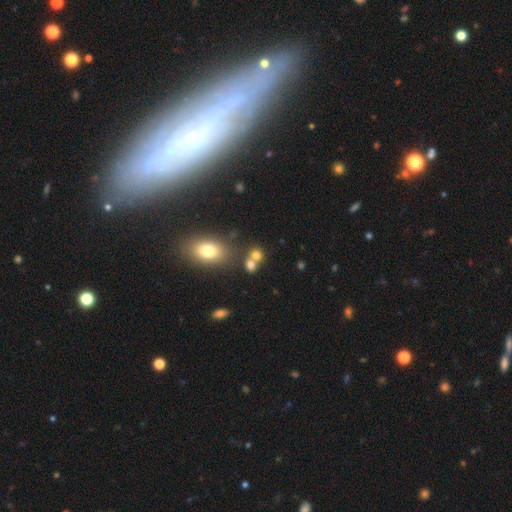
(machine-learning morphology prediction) smooth_or_featured: smooth (p=0.74) [alt: star or artifact p=0.15]
how_rounded: round (p=0.71) [alt: in between p=0.28]
merging: none (p=0.44) [tied with: merger p=0.44]